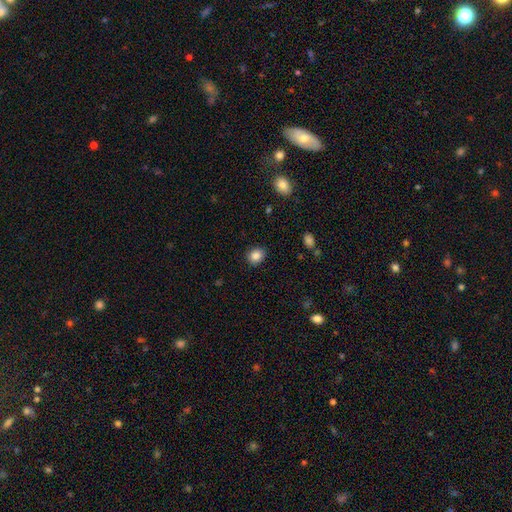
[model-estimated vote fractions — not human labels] Overall: smooth (86%). How rounded: round (61%; in between 39%). Merging: none (88%).